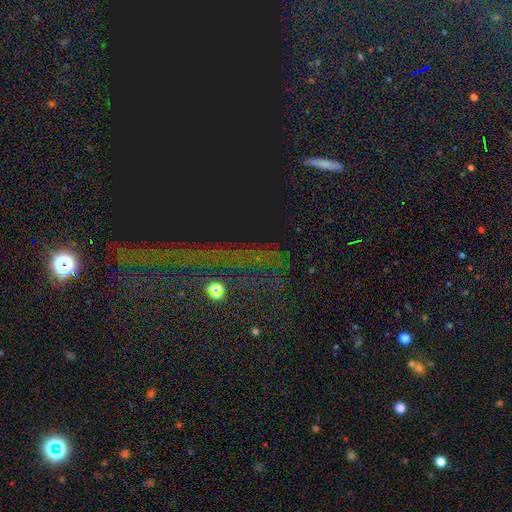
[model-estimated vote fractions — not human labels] smooth_or_featured: star or artifact (p=0.76) [alt: smooth p=0.13]